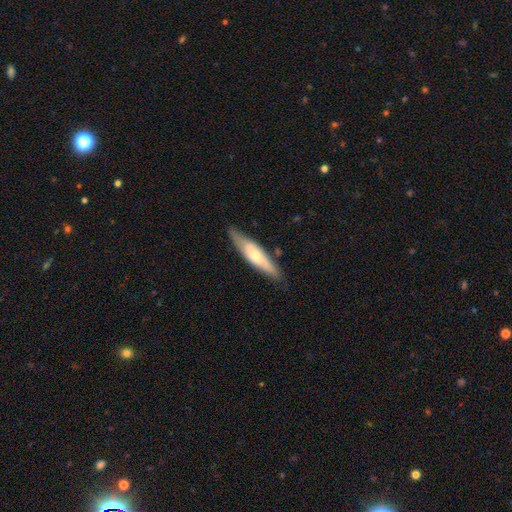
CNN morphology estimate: Q: Smooth or featured?
A: smooth (53%); runner-up: featured or disk (42%)
Q: How rounded?
A: cigar-shaped (74%); runner-up: in between (25%)
Q: Merging?
A: none (78%); runner-up: minor disturbance (17%)